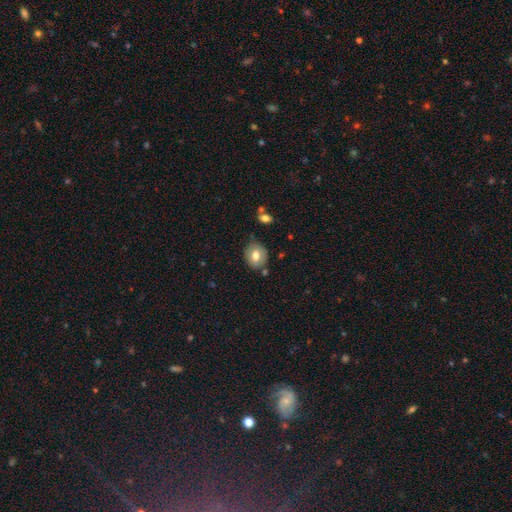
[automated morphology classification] Smooth or featured? Predicted: smooth (p=0.71). How rounded? Predicted: round (p=0.70). Merging? Predicted: none (p=0.79).